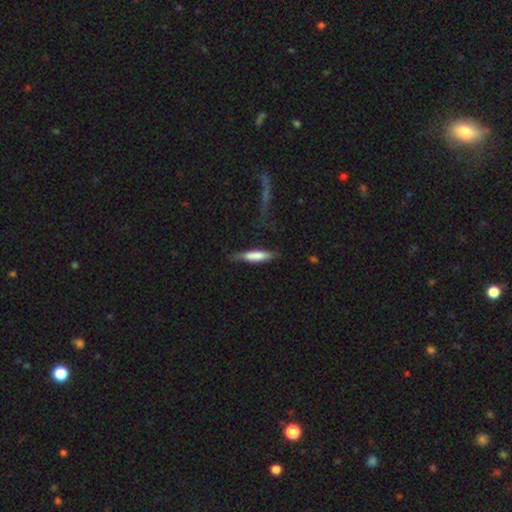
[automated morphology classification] smooth 69%, featured or disk 25%, star or artifact 6%. Down the decision tree: how rounded — cigar-shaped (78%); merging — none (58%).